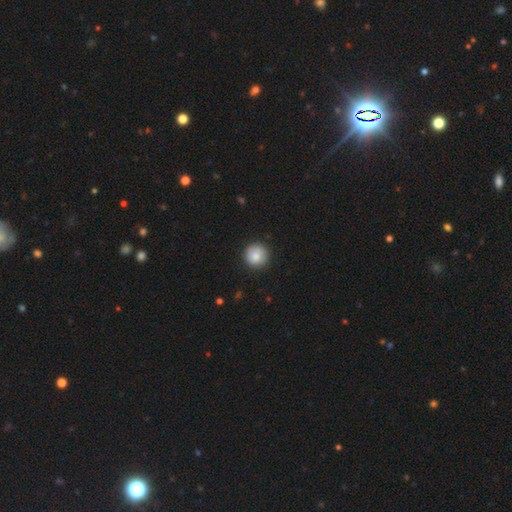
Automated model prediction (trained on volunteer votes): This appears to be a smooth galaxy with no disk features (83%) that is round (95%). Merging: none (88%).